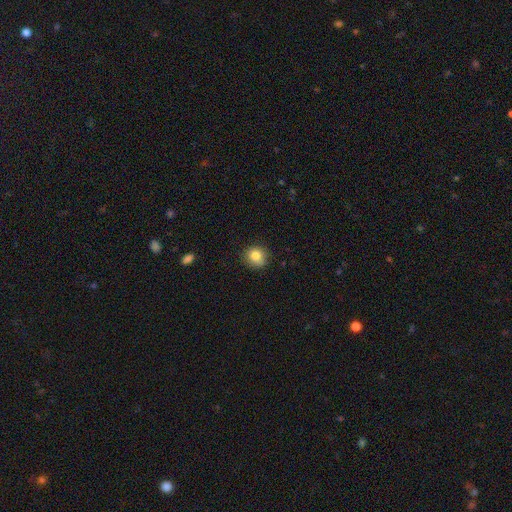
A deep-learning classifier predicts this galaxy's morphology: smooth_or_featured: smooth (p=0.83) [alt: star or artifact p=0.10]
how_rounded: round (p=0.85) [alt: in between p=0.14]
merging: none (p=0.81) [alt: minor disturbance p=0.15]